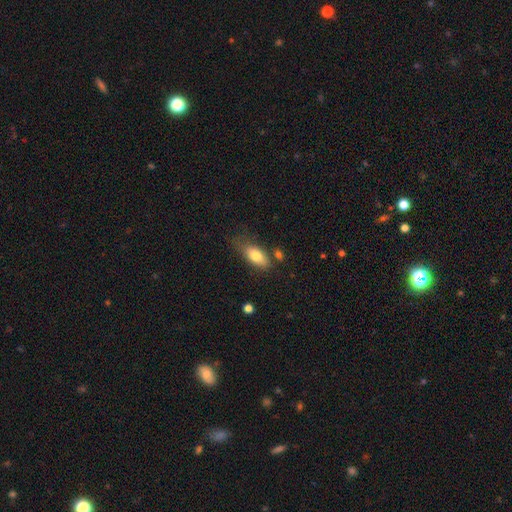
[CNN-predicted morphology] Smooth or featured: smooth — 78% (featured or disk — 15%)
How rounded: in between — 84% (cigar-shaped — 12%)
Merging: none — 57% (minor disturbance — 27%)